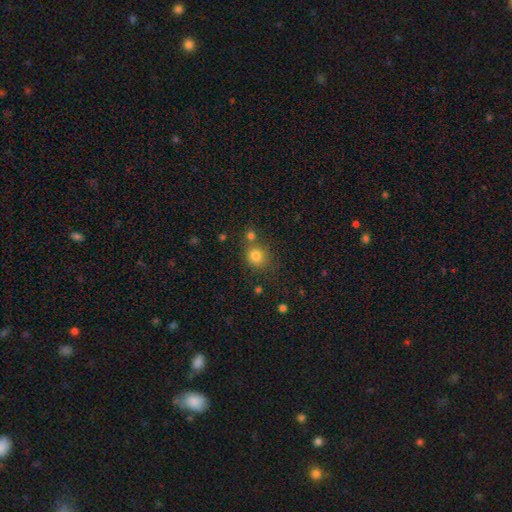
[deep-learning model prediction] This is likely a smooth galaxy (79%). How rounded: likely round (80%). Merging: likely none (63%).